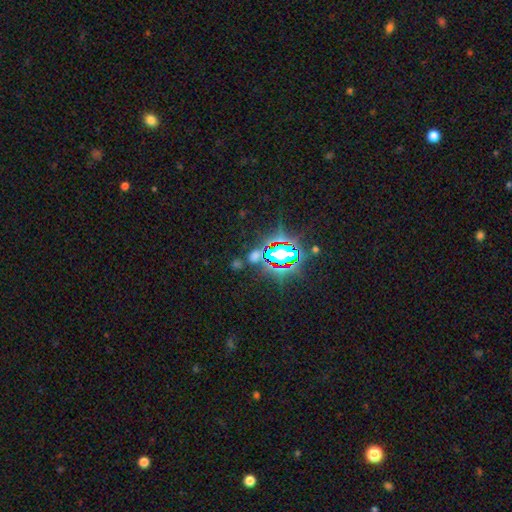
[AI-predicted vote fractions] This is possibly a star or artifact rather than a galaxy (58%).